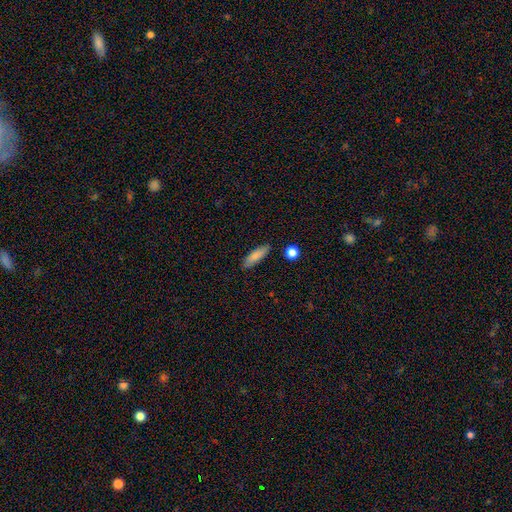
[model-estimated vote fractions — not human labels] A smooth galaxy with no disk features (82%) that is cigar-shaped (58%).

Vote fractions:
- Smooth or featured? smooth: 82% / featured or disk: 11% / star or artifact: 7%
- How rounded? cigar-shaped: 58% / in between: 39% / round: 2%
- Merging? none: 85% / minor disturbance: 10% / major disturbance: 2% / merger: 2%